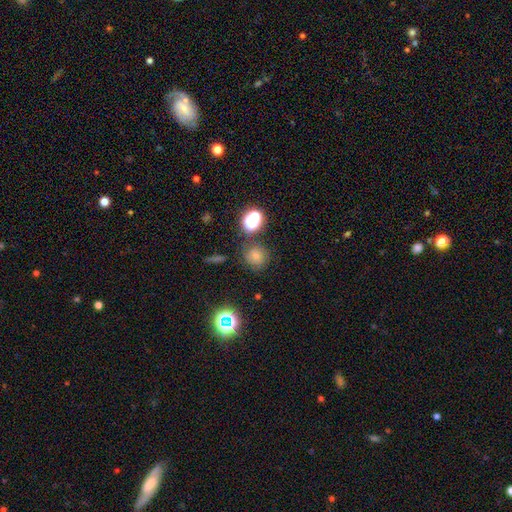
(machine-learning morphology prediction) A smooth galaxy with no disk features (59%) that is round (87%). Merging: none (73%).